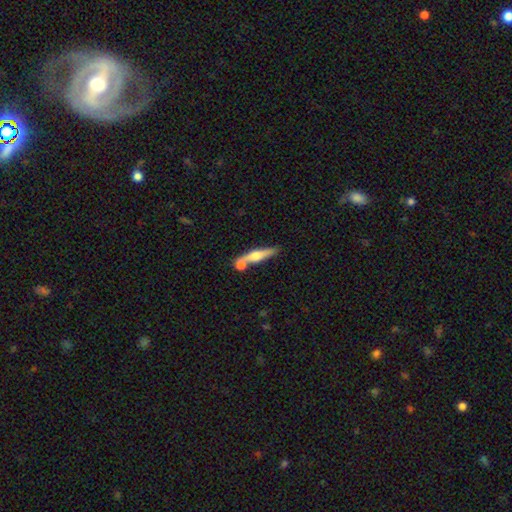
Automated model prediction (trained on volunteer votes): Smooth or featured? Predicted: featured or disk (p=0.49). Merging? Predicted: none (p=0.55).